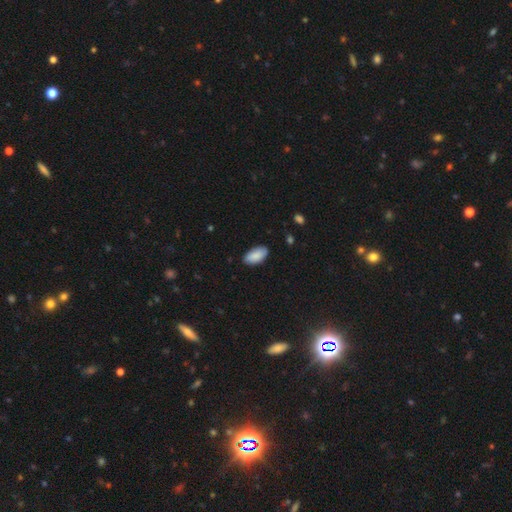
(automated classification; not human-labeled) Morphology: type=smooth (88%); roundness=in between (95%); merging=none (84%).